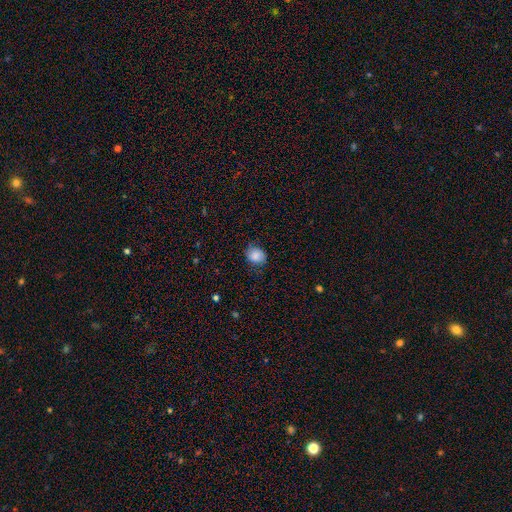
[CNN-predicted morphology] This appears to be a smooth galaxy with no disk features (75%) that is round (60%). Merging: none (71%).